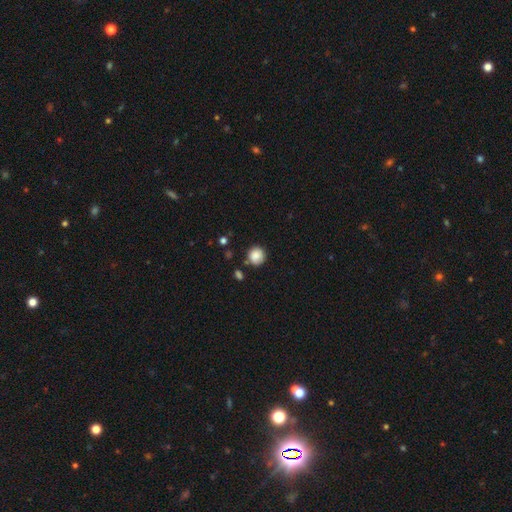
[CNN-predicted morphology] Q: Smooth or featured?
A: smooth (87%); runner-up: star or artifact (9%)
Q: How rounded?
A: round (92%); runner-up: in between (7%)
Q: Merging?
A: none (82%); runner-up: minor disturbance (10%)